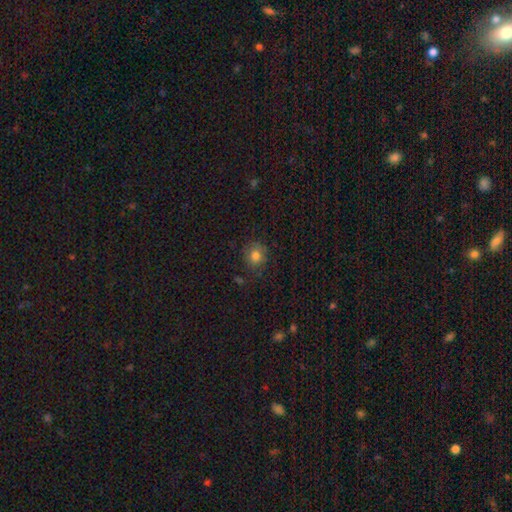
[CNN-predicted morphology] Smooth or featured? Predicted: smooth (p=0.80). How rounded? Predicted: round (p=0.85). Merging? Predicted: none (p=0.79).